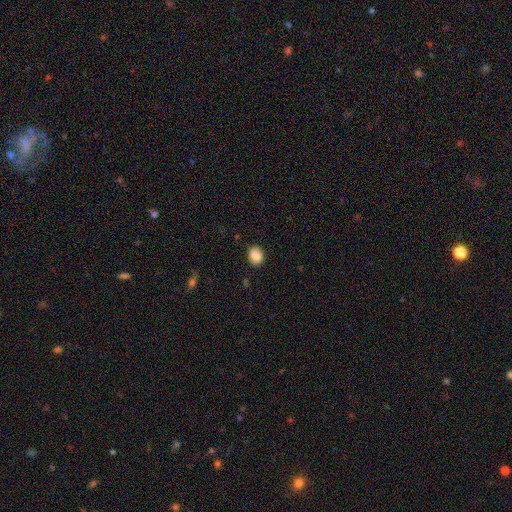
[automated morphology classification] This is clearly a smooth galaxy (85%). How rounded: likely in between (61%). Merging: clearly none (86%).